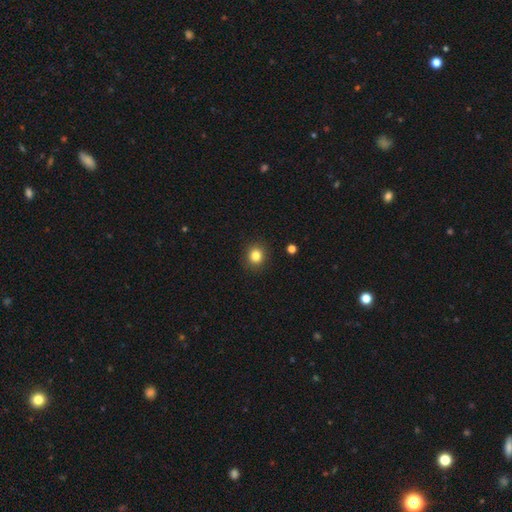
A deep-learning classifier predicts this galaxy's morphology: smooth-or-featured: smooth: 83% | star or artifact: 12% | featured or disk: 5%
  how-rounded: round: 86% | in between: 13% | cigar-shaped: 1%
  merging: none: 91% | minor disturbance: 6% | major disturbance: 2% | merger: 1%